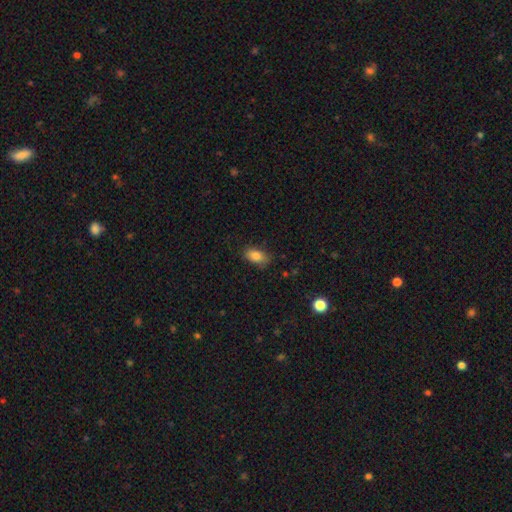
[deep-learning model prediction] Smooth or featured? Predicted: smooth (p=0.84). How rounded? Predicted: in between (p=0.90). Merging? Predicted: none (p=0.79).